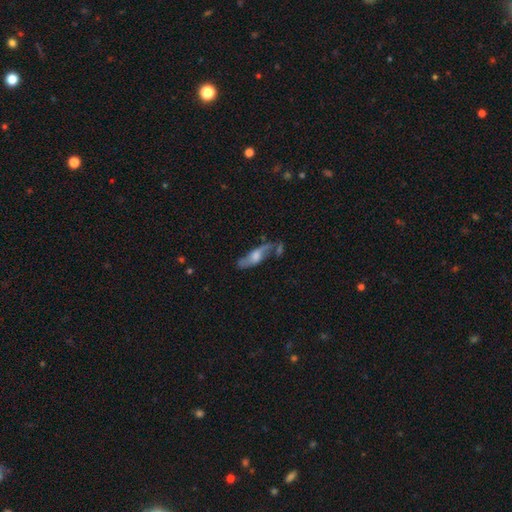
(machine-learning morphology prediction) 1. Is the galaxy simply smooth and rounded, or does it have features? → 57% featured or disk, 36% smooth, 8% star or artifact.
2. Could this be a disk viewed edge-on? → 60% no, 40% yes.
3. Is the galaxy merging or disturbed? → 51% none, 22% minor disturbance, 14% merger, 13% major disturbance.